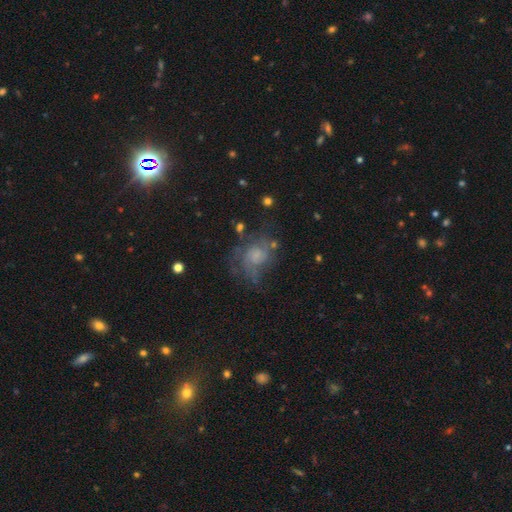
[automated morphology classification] A featured or disk galaxy (53%) with no bar (78%), spiral arms (70%) and a small central bulge (35%).

Vote fractions:
- Smooth or featured? featured or disk: 53% / smooth: 32% / star or artifact: 15%
- Edge-on disk? no: 97% / yes: 3%
- Bar? no: 78% / weak: 19% / strong: 3%
- Spiral arms? yes: 70% / no: 30%
- Bulge size? small: 35% / none: 27% / moderate: 27% / large: 10% / dominant: 2%
- Merging? none: 46% / major disturbance: 27% / minor disturbance: 22% / merger: 4%